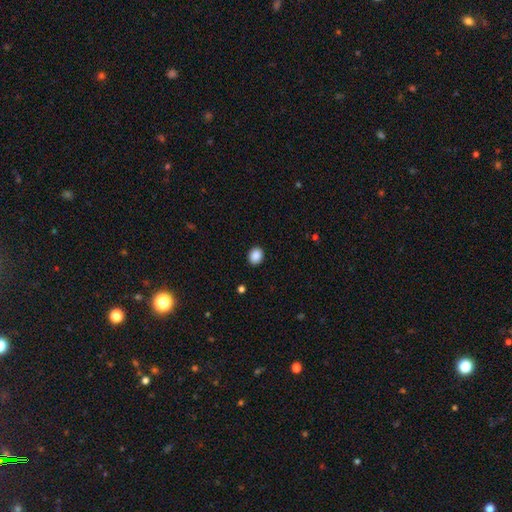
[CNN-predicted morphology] A smooth galaxy with no disk features (89%) that is round (59%).

Vote fractions:
- Smooth or featured? smooth: 89% / star or artifact: 9% / featured or disk: 3%
- How rounded? round: 59% / in between: 40% / cigar-shaped: 1%
- Merging? none: 91% / minor disturbance: 6% / major disturbance: 2% / merger: 1%